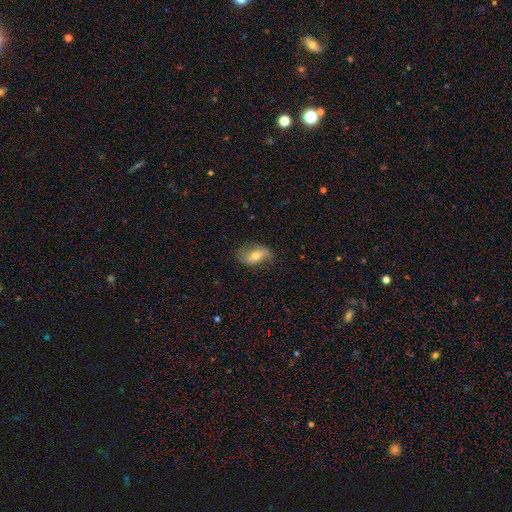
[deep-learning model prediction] This is possibly a featured or disk galaxy (48%). Merging: likely none (70%).